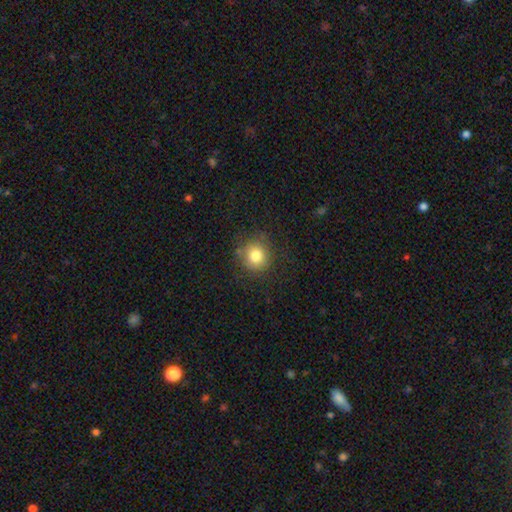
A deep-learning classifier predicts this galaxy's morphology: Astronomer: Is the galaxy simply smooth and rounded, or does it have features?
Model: smooth — 81%.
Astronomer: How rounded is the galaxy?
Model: round — 90%.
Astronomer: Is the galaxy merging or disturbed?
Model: none — 82%.